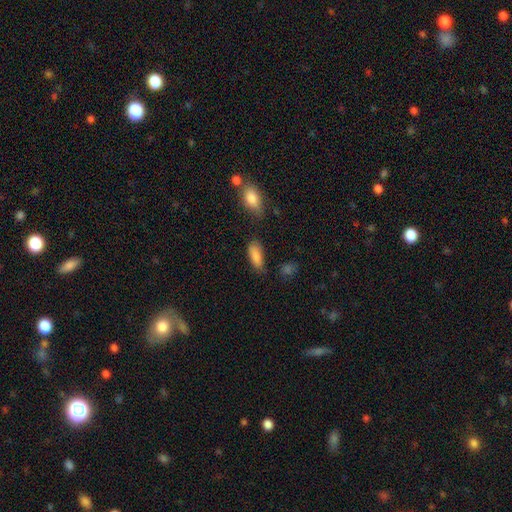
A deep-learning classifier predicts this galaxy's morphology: Overall: smooth (83%). How rounded: in between (85%). Merging: none (64%; minor disturbance 26%).